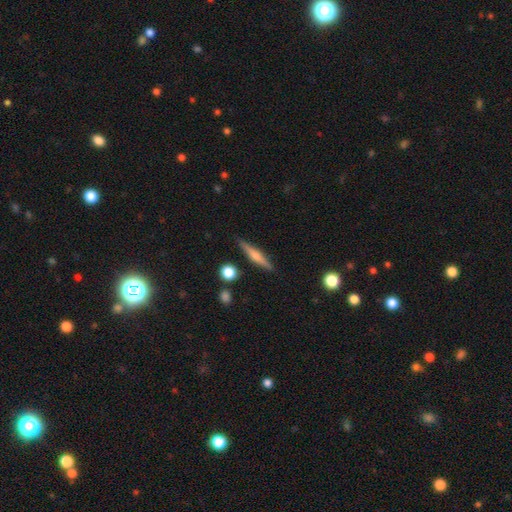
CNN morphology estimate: type=featured or disk (51%); edge-on=yes (96%); merging=none (87%).